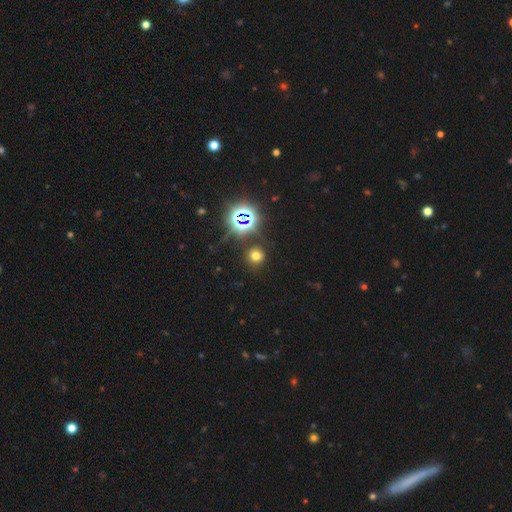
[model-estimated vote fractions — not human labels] Smooth or featured? Predicted: smooth (p=0.62). How rounded? Predicted: round (p=0.89). Merging? Predicted: none (p=0.85).